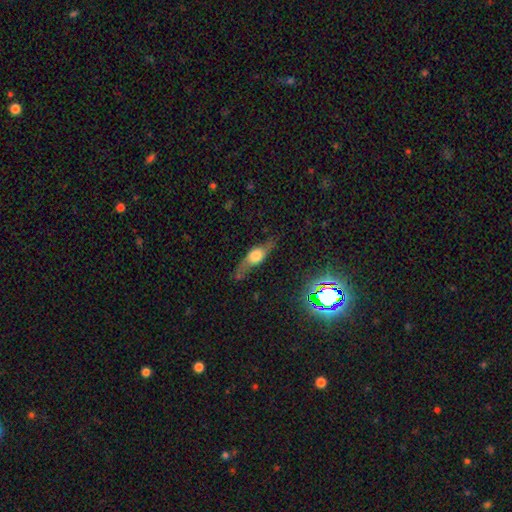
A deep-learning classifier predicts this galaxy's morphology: Overall: featured or disk (56%; smooth 34%). Edge-on disk: yes (81%). Merging: none (70%).